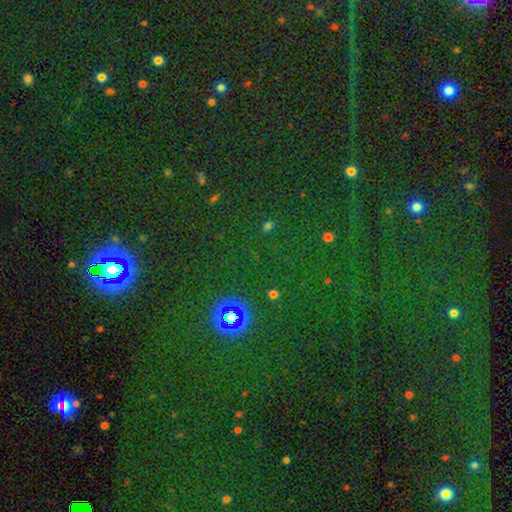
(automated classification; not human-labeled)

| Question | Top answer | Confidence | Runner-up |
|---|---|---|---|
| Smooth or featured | star or artifact | 68% | smooth (24%) |